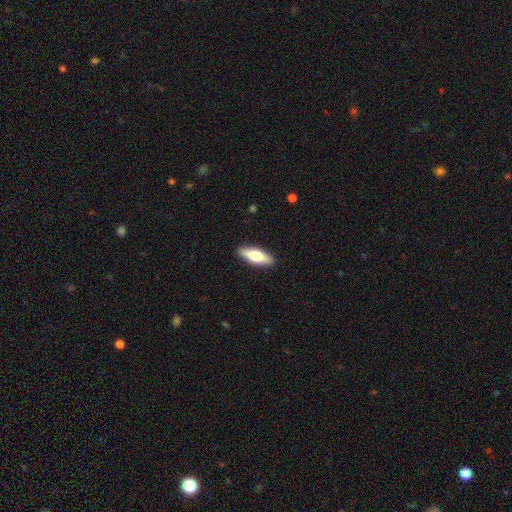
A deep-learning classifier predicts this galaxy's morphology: This appears to be a smooth galaxy with no disk features (65%) that is in between round and cigar-shaped (52%). Merging: none (90%).